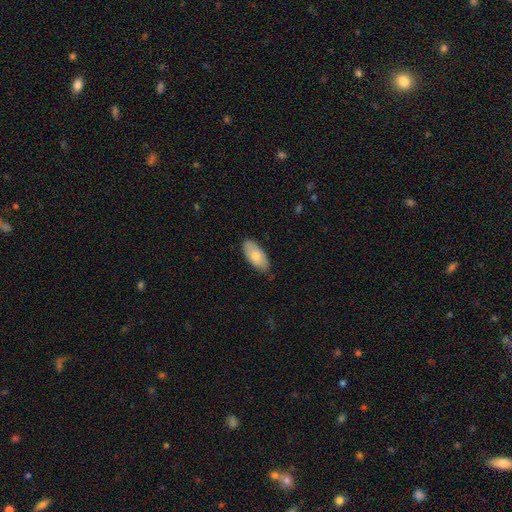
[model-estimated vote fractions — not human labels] This is likely a smooth galaxy (76%). How rounded: clearly in between (92%). Merging: likely none (75%).